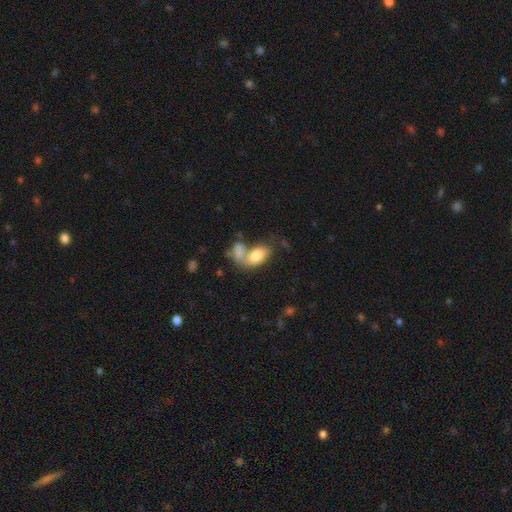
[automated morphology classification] smooth-or-featured: smooth: 78% | featured or disk: 15% | star or artifact: 7%
  how-rounded: in between: 90% | round: 7% | cigar-shaped: 2%
  merging: merger: 58% | none: 23% | minor disturbance: 10% | major disturbance: 8%